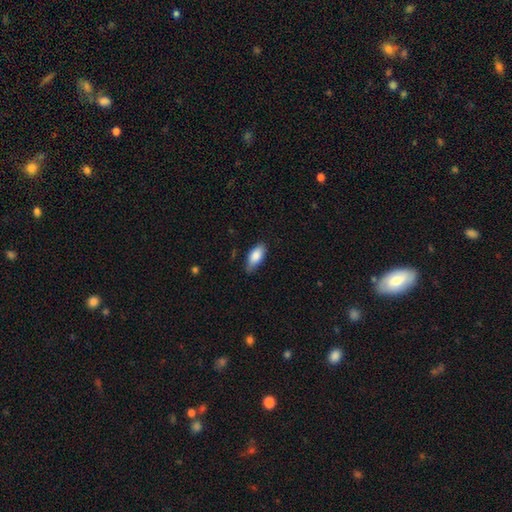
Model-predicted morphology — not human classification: Smooth or featured? Predicted: smooth (p=0.85). How rounded? Predicted: in between (p=0.88). Merging? Predicted: none (p=0.73).